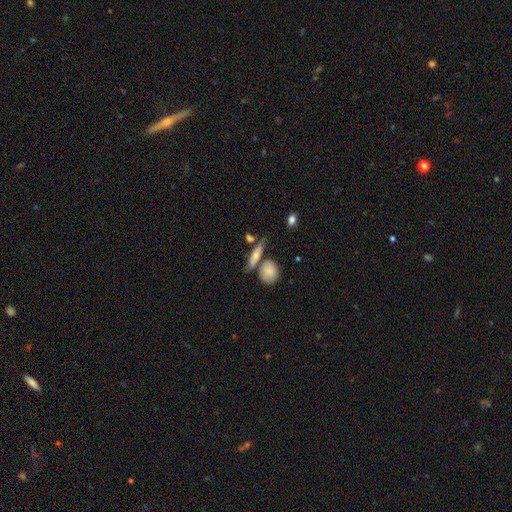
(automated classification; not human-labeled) This appears to be a smooth galaxy with no disk features (56%) that is cigar-shaped (47%). Merging: none (63%).